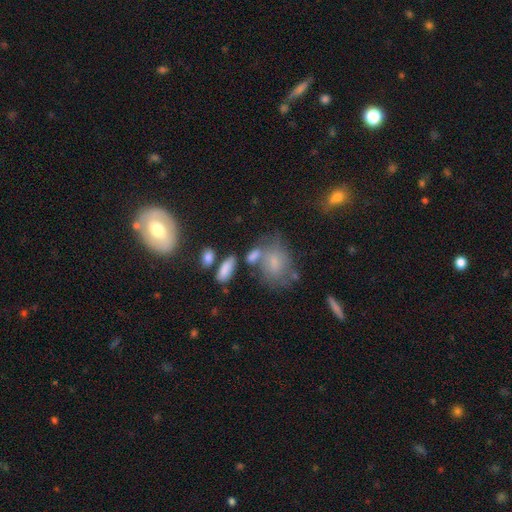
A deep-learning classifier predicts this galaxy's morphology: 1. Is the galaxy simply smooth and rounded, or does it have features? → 58% smooth, 26% featured or disk, 16% star or artifact.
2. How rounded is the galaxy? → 62% in between, 33% round, 5% cigar-shaped.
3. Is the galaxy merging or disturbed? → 52% none, 19% minor disturbance, 19% merger, 10% major disturbance.